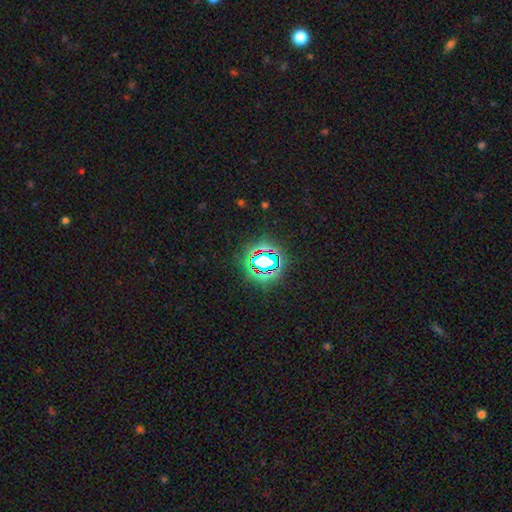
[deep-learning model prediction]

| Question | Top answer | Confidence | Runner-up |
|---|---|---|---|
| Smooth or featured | star or artifact | 81% | smooth (12%) |